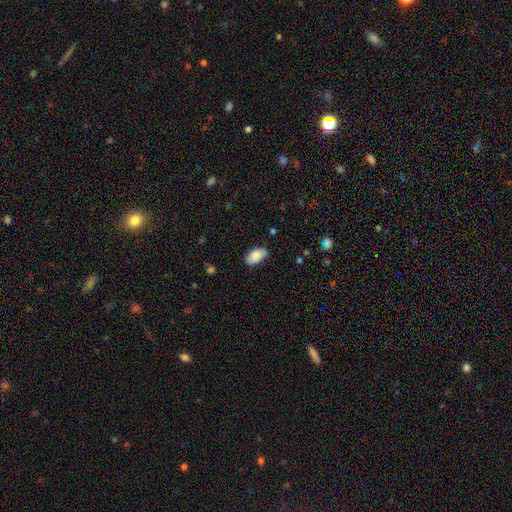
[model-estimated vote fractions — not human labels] Smooth or featured? Predicted: smooth (p=0.81). How rounded? Predicted: in between (p=0.94). Merging? Predicted: none (p=0.72).